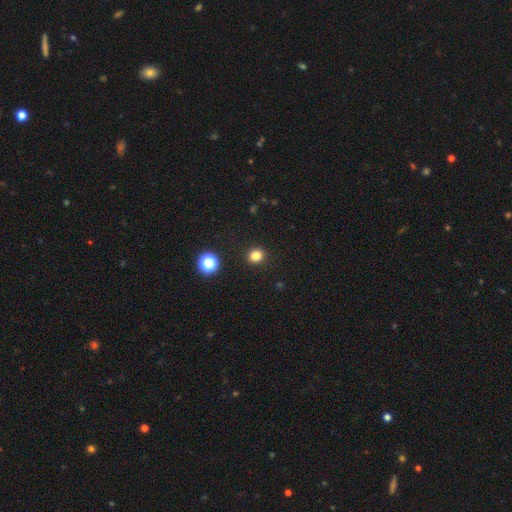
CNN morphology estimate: smooth 82%, star or artifact 14%, featured or disk 4%. Down the decision tree: how rounded — round (77%); merging — none (91%).